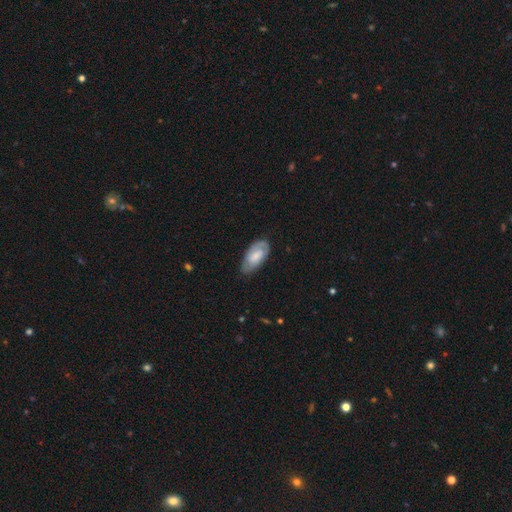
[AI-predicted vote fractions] Morphology: type=smooth (52%); roundness=in between (92%); merging=none (72%).